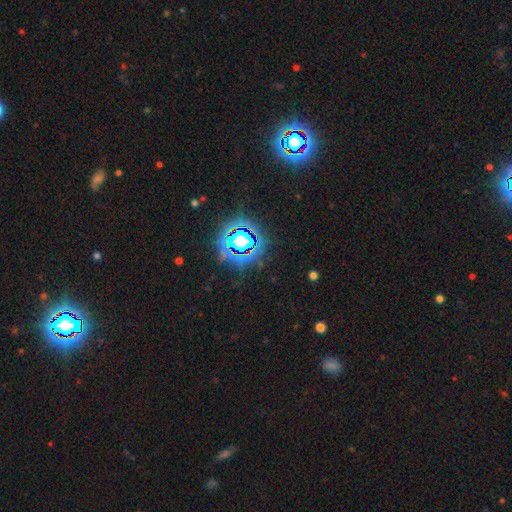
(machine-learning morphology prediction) star or artifact 82%, smooth 11%, featured or disk 7%.